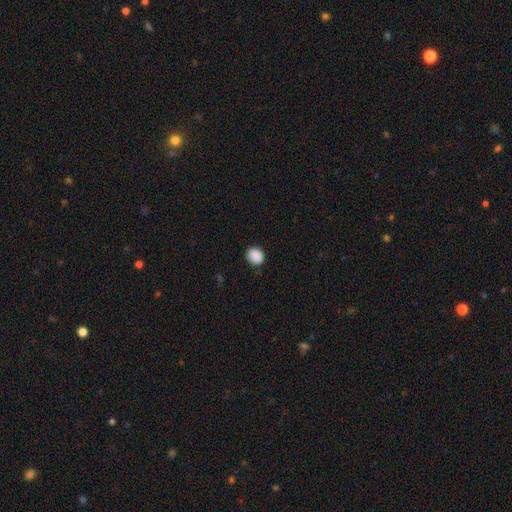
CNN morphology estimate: type=smooth (89%); roundness=round (73%); merging=none (85%).